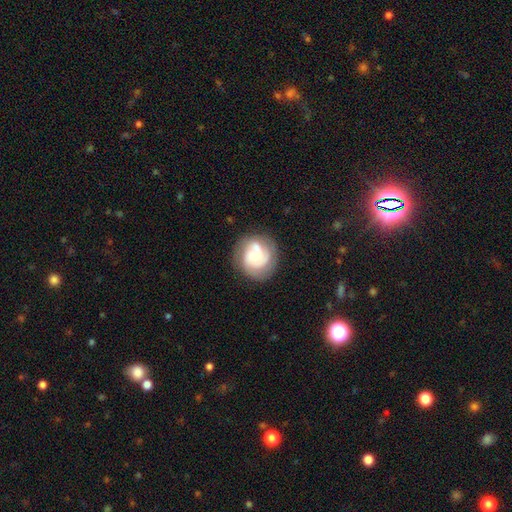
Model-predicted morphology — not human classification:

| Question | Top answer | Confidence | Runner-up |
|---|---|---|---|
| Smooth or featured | featured or disk | 63% | smooth (30%) |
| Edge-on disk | no | 98% | yes (2%) |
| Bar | no | 75% | weak (21%) |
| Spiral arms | yes | 85% | no (15%) |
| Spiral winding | tight | 56% | medium (32%) |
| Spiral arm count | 2 | 32% | 3 (28%) |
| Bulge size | small | 50% | moderate (36%) |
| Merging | none | 68% | minor disturbance (17%) |